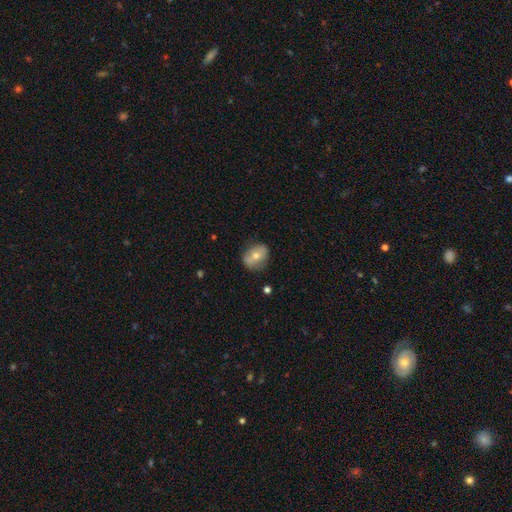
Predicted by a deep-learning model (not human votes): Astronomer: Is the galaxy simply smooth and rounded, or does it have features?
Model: smooth — 55% (runner-up: featured or disk, 36%).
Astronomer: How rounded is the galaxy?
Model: in between — 52% (runner-up: round, 47%).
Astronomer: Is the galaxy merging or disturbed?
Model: none — 73%.